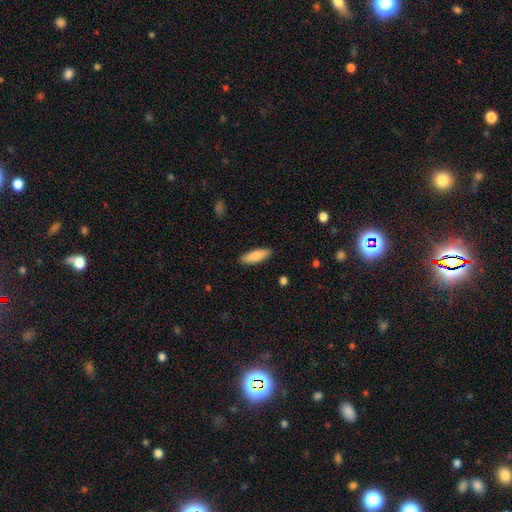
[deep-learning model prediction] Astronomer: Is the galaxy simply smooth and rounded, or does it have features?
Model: smooth — 85%.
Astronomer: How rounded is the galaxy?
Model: in between — 54% (runner-up: cigar-shaped, 44%).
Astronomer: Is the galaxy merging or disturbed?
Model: none — 89%.